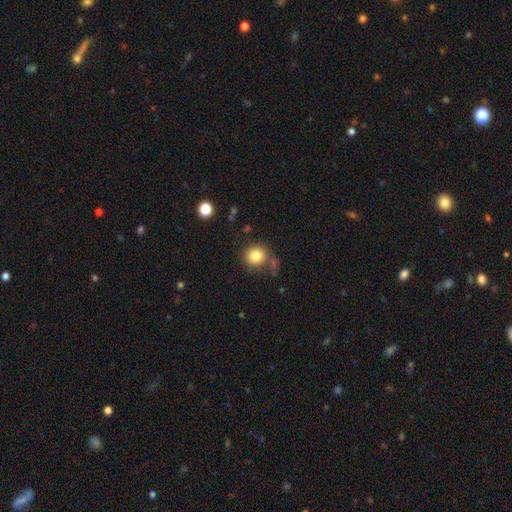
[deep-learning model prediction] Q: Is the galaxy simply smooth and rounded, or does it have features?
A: smooth — 83%.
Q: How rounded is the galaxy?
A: round — 86%.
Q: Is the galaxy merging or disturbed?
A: none — 65%.